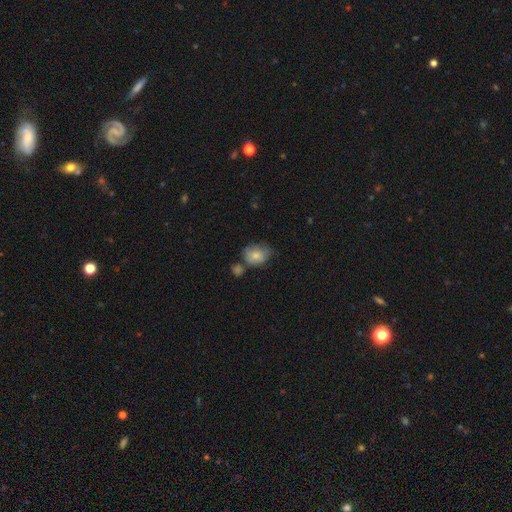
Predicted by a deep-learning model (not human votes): Morphology: type=smooth (76%); roundness=in between (50%); merging=none (44%).